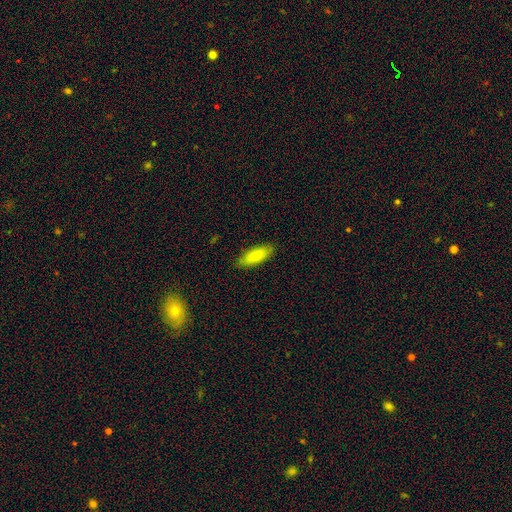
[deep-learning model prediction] smooth 83%, featured or disk 11%, star or artifact 6%. Down the decision tree: how rounded — in between (65%); merging — none (86%).